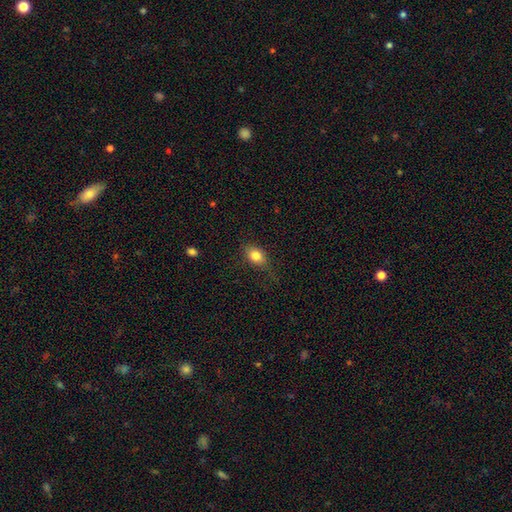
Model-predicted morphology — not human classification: Smooth or featured? smooth (82%)
How rounded? in between (68%)
Merging? none (65%)